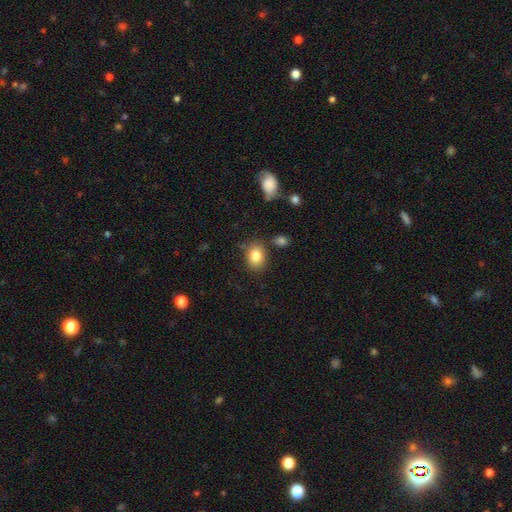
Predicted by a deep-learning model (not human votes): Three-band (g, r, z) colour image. It shows a smooth galaxy with no disk features (83%) that is in between round and cigar-shaped (67%). Merging: none (79%).